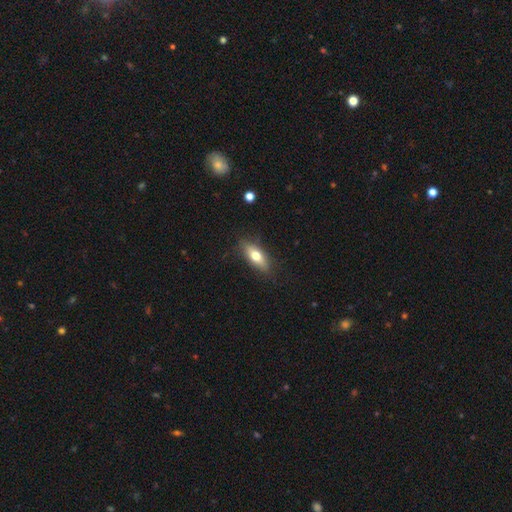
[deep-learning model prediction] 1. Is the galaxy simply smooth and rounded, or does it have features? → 67% smooth, 26% featured or disk, 7% star or artifact.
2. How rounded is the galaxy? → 70% in between, 26% cigar-shaped, 4% round.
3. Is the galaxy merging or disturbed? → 83% none, 13% minor disturbance, 3% major disturbance, 1% merger.